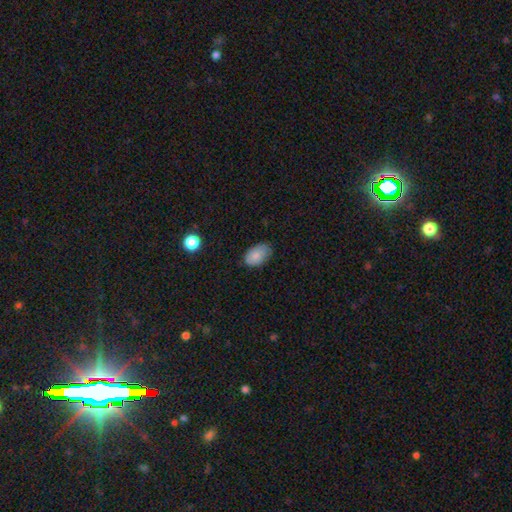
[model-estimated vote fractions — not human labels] Morphology: type=smooth (82%); roundness=in between (91%); merging=none (73%).